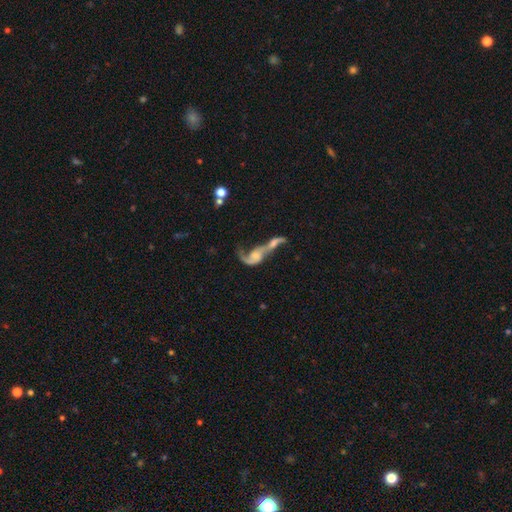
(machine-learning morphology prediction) smooth-or-featured: featured or disk: 67% | smooth: 24% | star or artifact: 9%
  disk-edge-on: no: 92% | yes: 8%
    bar: no: 69% | weak: 25% | strong: 7%
    has-spiral-arms: yes: 73% | no: 27%
    bulge-size: moderate: 30% | none: 29% | small: 29% | large: 9% | dominant: 2%
  merging: merger: 74% | major disturbance: 12% | none: 9% | minor disturbance: 5%